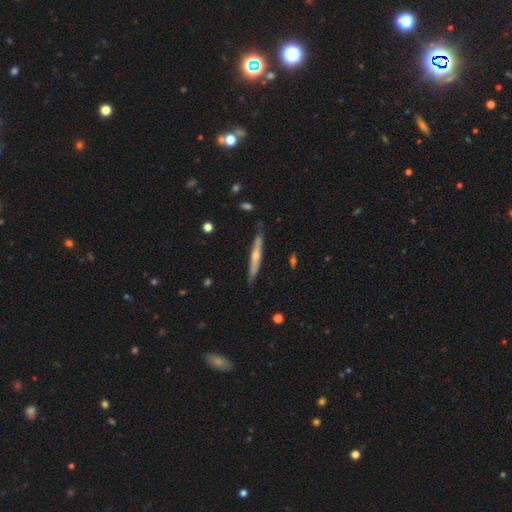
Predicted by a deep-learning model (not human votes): Overall: featured or disk (62%; smooth 32%). Edge-on disk: yes (94%). Edge-on bulge: rounded (73%). Merging: none (84%).